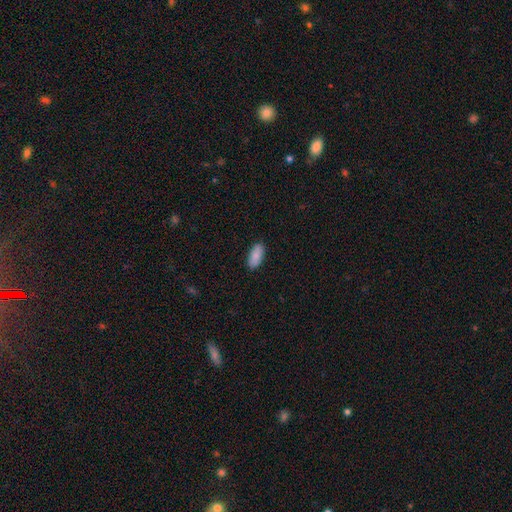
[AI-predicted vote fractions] smooth_or_featured: smooth (p=0.88) [alt: star or artifact p=0.06]
how_rounded: in between (p=0.86) [alt: cigar-shaped p=0.12]
merging: none (p=0.90) [alt: minor disturbance p=0.08]